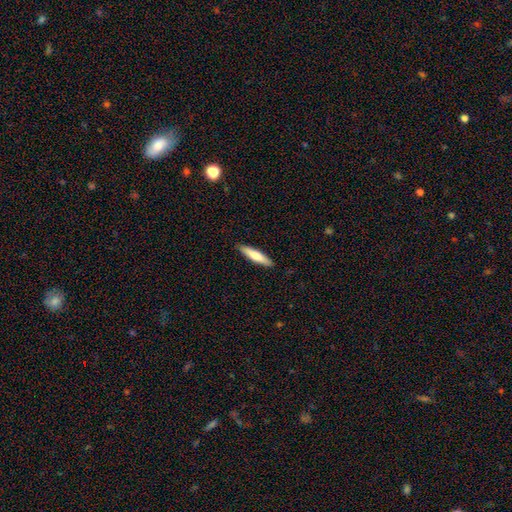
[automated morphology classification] Smooth or featured? Predicted: smooth (p=0.70). How rounded? Predicted: cigar-shaped (p=0.81). Merging? Predicted: none (p=0.89).